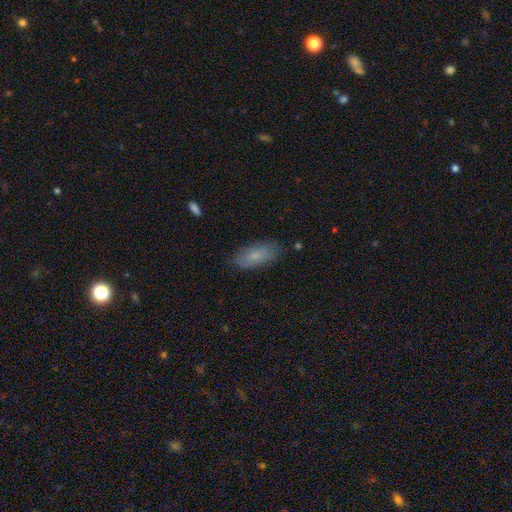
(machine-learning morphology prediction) This is likely a smooth galaxy (76%). How rounded: clearly in between (81%). Merging: clearly none (81%).